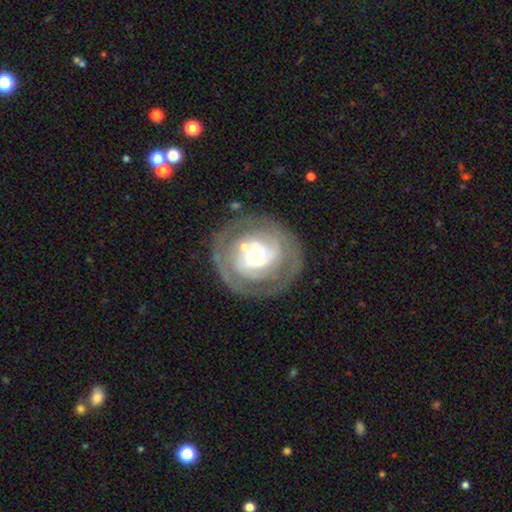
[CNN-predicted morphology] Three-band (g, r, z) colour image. It shows a featured or disk galaxy (78%) with no bar (68%), 2 (37%) tight (72%) spiral arms (83%) and a moderate central bulge (51%). Merging: none (77%).